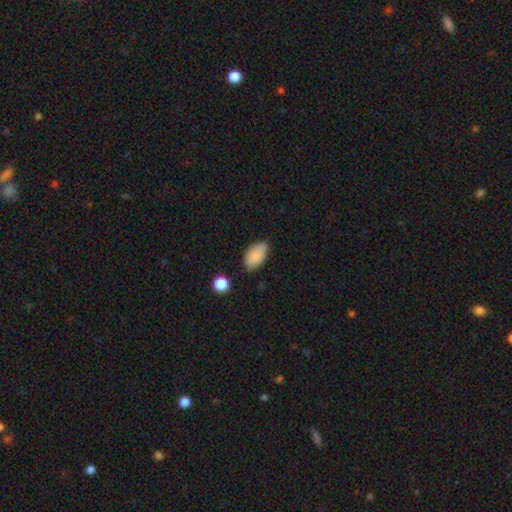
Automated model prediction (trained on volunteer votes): The model was most divided on "merging": none: 68%, minor disturbance: 25%, major disturbance: 4%, merger: 3%. More confident: how rounded — in between (93%); smooth or featured — smooth (85%).